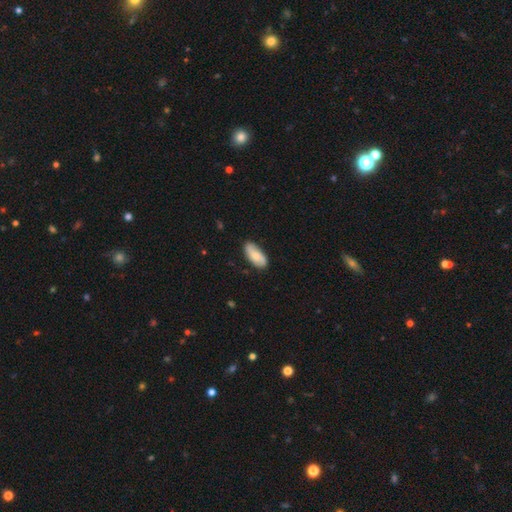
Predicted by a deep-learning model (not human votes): smooth 67%, featured or disk 27%, star or artifact 6%. Down the decision tree: how rounded — in between (87%); merging — none (80%).